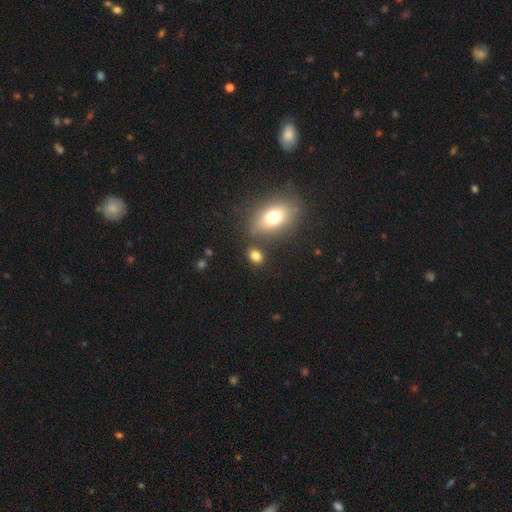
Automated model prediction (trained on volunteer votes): Smooth or featured?
  - smooth: 82% *
  - star or artifact: 12%
  - featured or disk: 7%
How rounded?
  - in between: 67% *
  - round: 31%
  - cigar-shaped: 2%
Merging?
  - none: 77% *
  - minor disturbance: 11%
  - merger: 8%
  - major disturbance: 4%